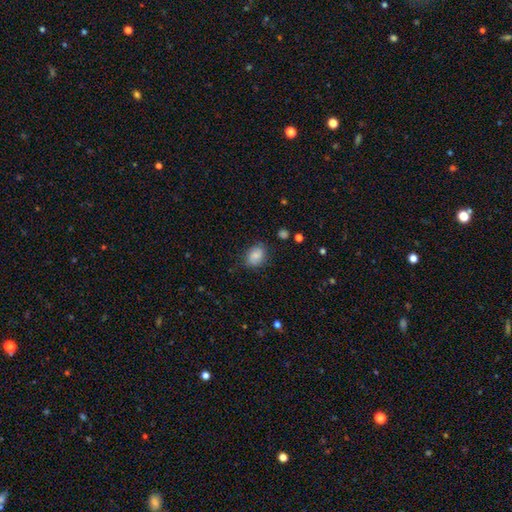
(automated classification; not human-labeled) Q: Smooth or featured?
A: smooth (75%); runner-up: featured or disk (17%)
Q: How rounded?
A: in between (60%); runner-up: round (39%)
Q: Merging?
A: none (70%); runner-up: minor disturbance (22%)